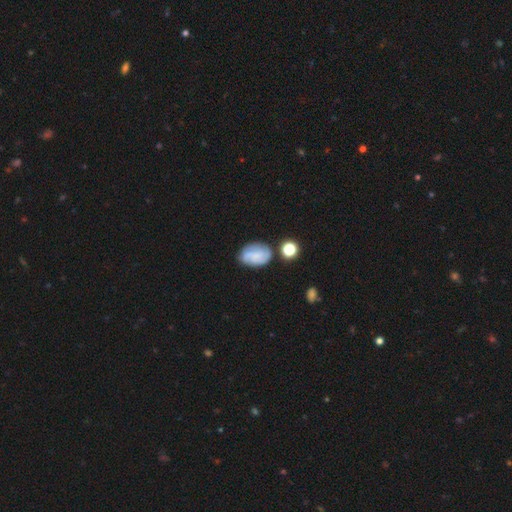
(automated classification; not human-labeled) smooth-or-featured: featured or disk: 48% | smooth: 42% | star or artifact: 10%
  merging: none: 63% | minor disturbance: 22% | merger: 7% | major disturbance: 7%